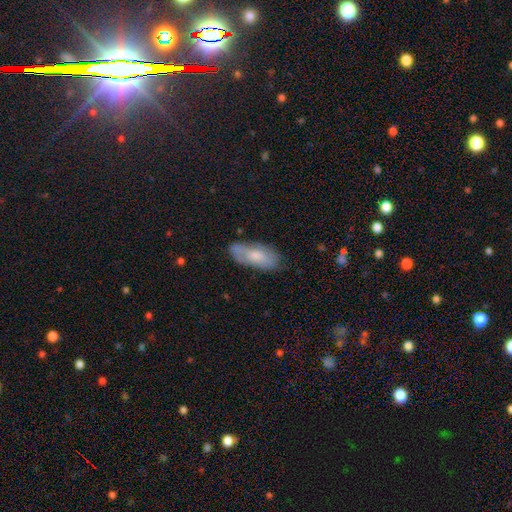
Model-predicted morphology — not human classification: smooth_or_featured: smooth (p=0.65) [alt: featured or disk p=0.28]
how_rounded: in between (p=0.82) [alt: cigar-shaped p=0.15]
merging: none (p=0.66) [alt: minor disturbance p=0.25]